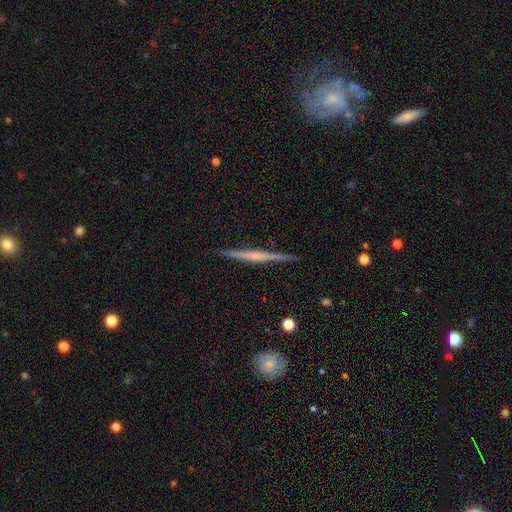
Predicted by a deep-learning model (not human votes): Smooth or featured: featured or disk — 71% (smooth — 24%)
Edge-on disk: yes — 98% (no — 2%)
Edge-on bulge: none — 48% (rounded — 39%)
Merging: none — 91% (minor disturbance — 7%)